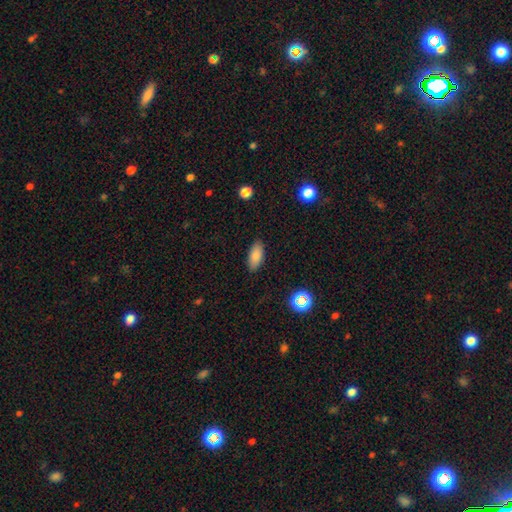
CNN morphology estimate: Q: Smooth or featured?
A: smooth (85%); runner-up: star or artifact (9%)
Q: How rounded?
A: in between (86%); runner-up: cigar-shaped (11%)
Q: Merging?
A: none (87%); runner-up: minor disturbance (10%)